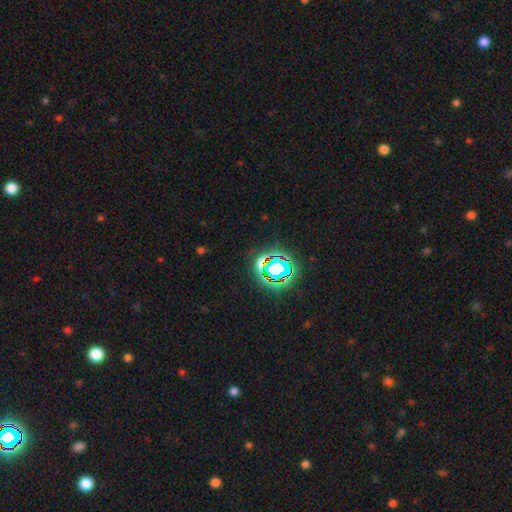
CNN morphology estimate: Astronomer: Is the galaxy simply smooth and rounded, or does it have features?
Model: star or artifact — 80%.